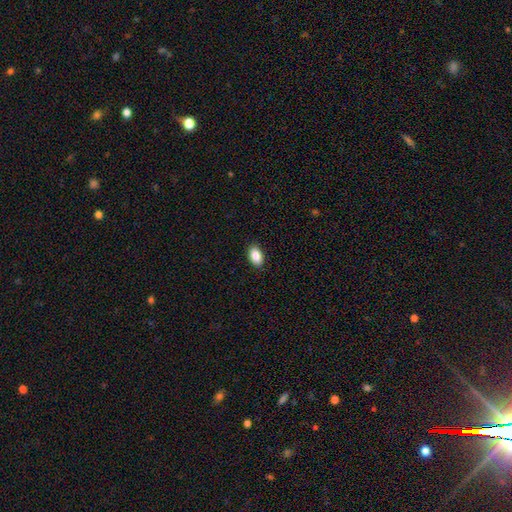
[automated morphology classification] Smooth or featured?
  - smooth: 89% *
  - star or artifact: 7%
  - featured or disk: 4%
How rounded?
  - in between: 91% *
  - round: 7%
  - cigar-shaped: 2%
Merging?
  - none: 89% *
  - minor disturbance: 8%
  - major disturbance: 2%
  - merger: 1%